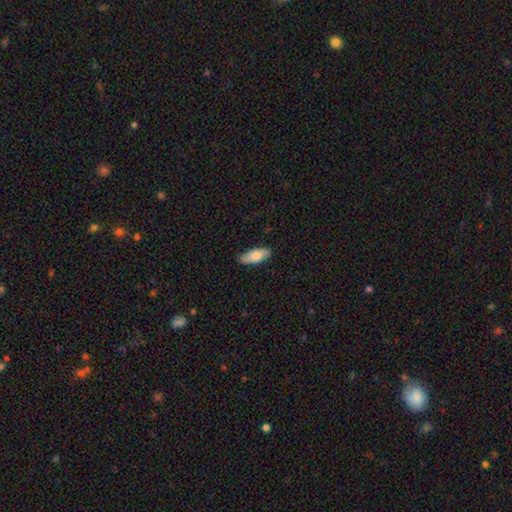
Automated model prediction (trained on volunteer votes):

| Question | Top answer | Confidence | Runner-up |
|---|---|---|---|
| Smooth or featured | smooth | 81% | featured or disk (14%) |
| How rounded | in between | 80% | cigar-shaped (18%) |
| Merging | none | 86% | minor disturbance (11%) |